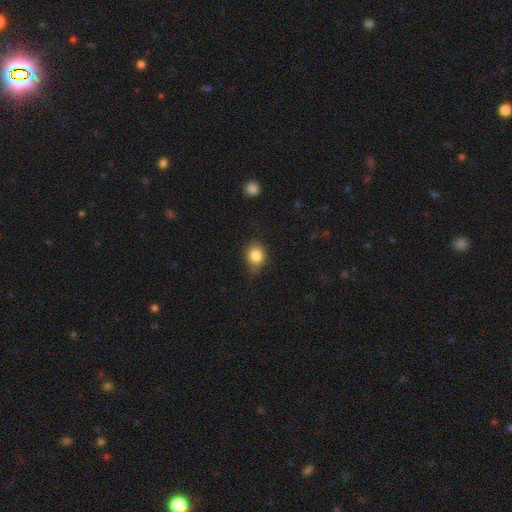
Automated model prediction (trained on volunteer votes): A smooth galaxy with no disk features (83%) that is round (66%).

Vote fractions:
- Smooth or featured? smooth: 83% / star or artifact: 10% / featured or disk: 7%
- How rounded? round: 66% / in between: 33% / cigar-shaped: 1%
- Merging? none: 66% / minor disturbance: 27% / major disturbance: 5% / merger: 2%